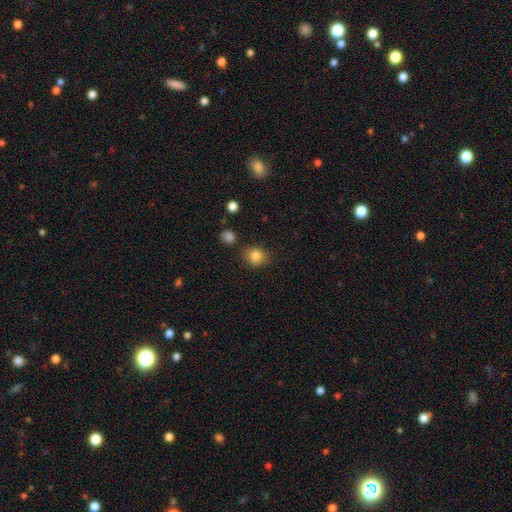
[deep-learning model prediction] The model was most divided on "how rounded": round: 80%, in between: 19%, cigar-shaped: 1%. More confident: smooth or featured — smooth (84%); merging — none (82%).